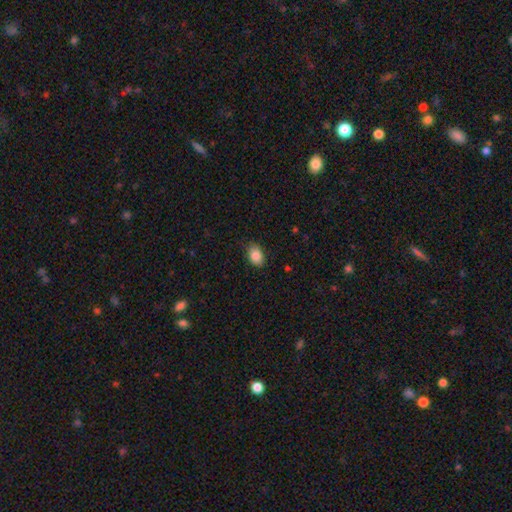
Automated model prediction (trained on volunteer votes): Smooth or featured: smooth — 86% (star or artifact — 8%)
How rounded: in between — 83% (round — 16%)
Merging: none — 82% (minor disturbance — 14%)